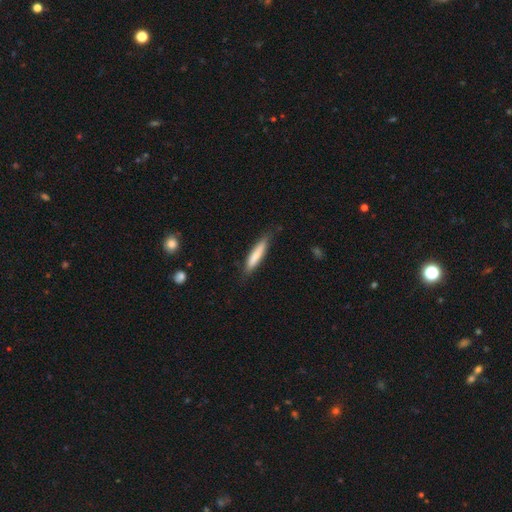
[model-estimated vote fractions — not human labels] Smooth or featured: smooth — 79% (featured or disk — 16%)
How rounded: cigar-shaped — 86% (in between — 13%)
Merging: none — 80% (minor disturbance — 16%)